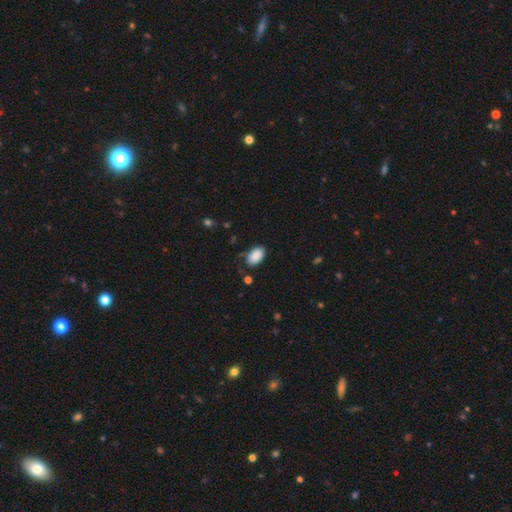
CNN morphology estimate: The model was most divided on "merging": none: 76%, minor disturbance: 17%, major disturbance: 4%, merger: 2%. More confident: how rounded — in between (93%); smooth or featured — smooth (89%).